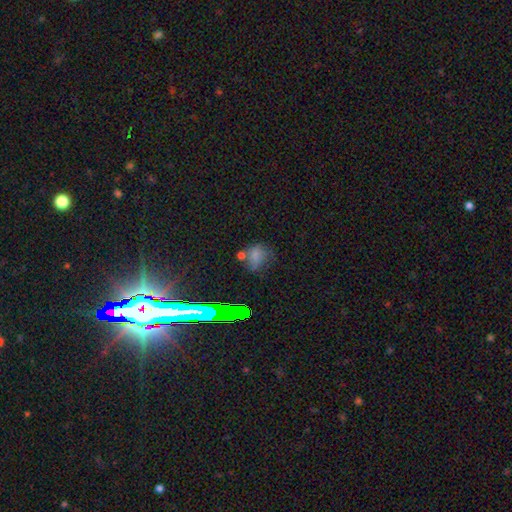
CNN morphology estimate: The model was most divided on "how rounded" (2-way tie): in between: 49%, round: 49%, cigar-shaped: 2%. Remaining: smooth or featured — smooth (56%); merging — none (39%).